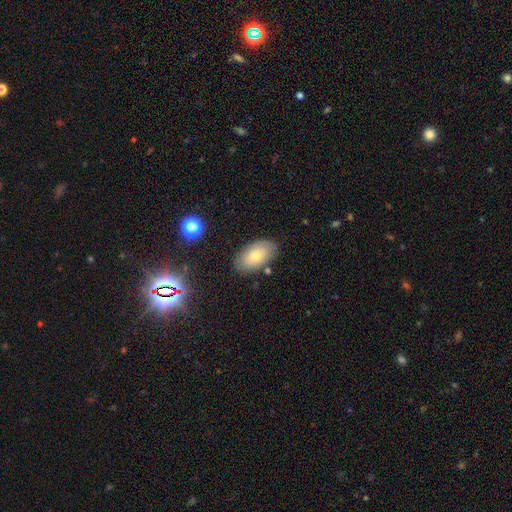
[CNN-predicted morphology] smooth-or-featured: smooth: 72% | featured or disk: 20% | star or artifact: 8%
  how-rounded: in between: 93% | round: 5% | cigar-shaped: 2%
  merging: none: 81% | minor disturbance: 13% | major disturbance: 3% | merger: 3%